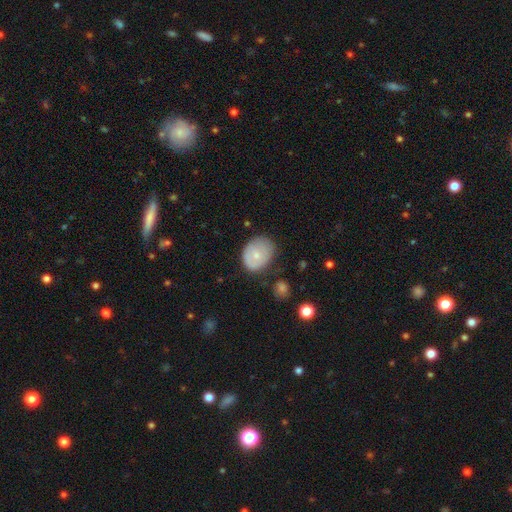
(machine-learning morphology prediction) Q: Smooth or featured?
A: smooth (68%); runner-up: featured or disk (25%)
Q: How rounded?
A: in between (56%); runner-up: round (43%)
Q: Merging?
A: none (57%); runner-up: minor disturbance (31%)